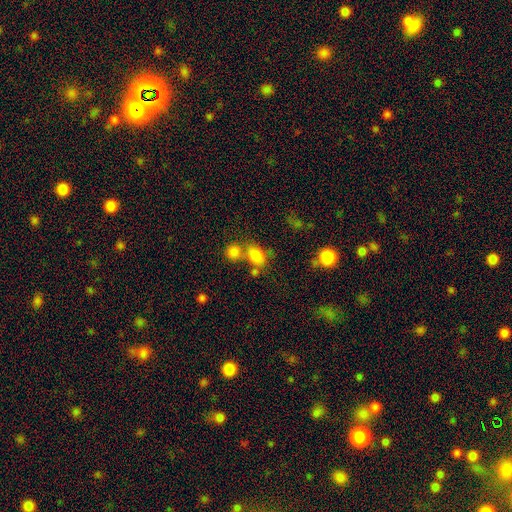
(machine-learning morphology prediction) smooth_or_featured: smooth (p=0.78) [alt: star or artifact p=0.13]
how_rounded: in between (p=0.59) [alt: round p=0.39]
merging: none (p=0.46) [alt: merger p=0.37]